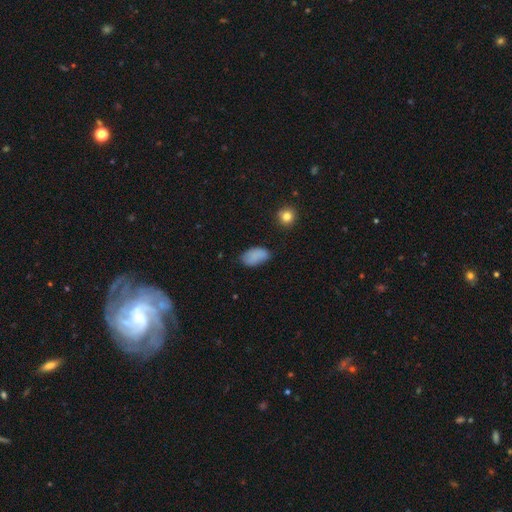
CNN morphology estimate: This is clearly a smooth galaxy (85%). How rounded: clearly in between (94%). Merging: likely none (69%).